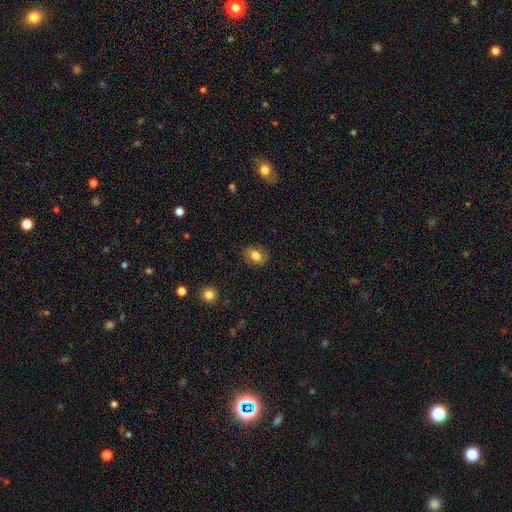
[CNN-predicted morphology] Overall: smooth (79%). How rounded: in between (73%). Merging: none (83%).